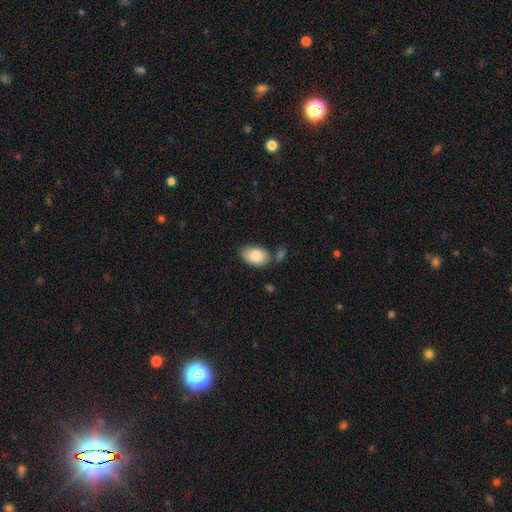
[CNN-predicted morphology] This appears to be a smooth galaxy with no disk features (85%) that is in between round and cigar-shaped (89%). Merging: none (63%).